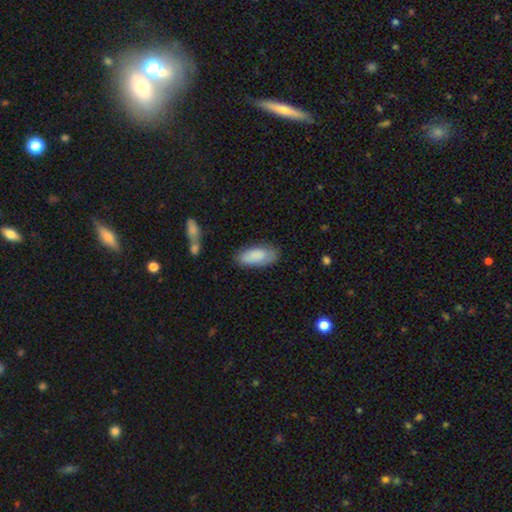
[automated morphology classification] A smooth galaxy with no disk features (85%) that is in between round and cigar-shaped (86%). Merging: none (72%).